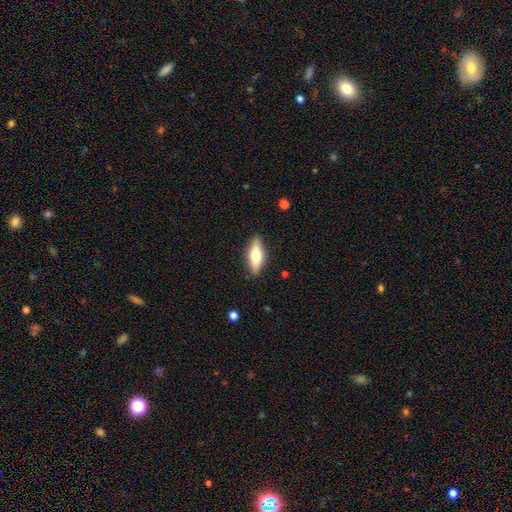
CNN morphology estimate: smooth_or_featured: smooth (p=0.57) [alt: featured or disk p=0.37]
how_rounded: in between (p=0.61) [alt: cigar-shaped p=0.37]
merging: none (p=0.87) [alt: minor disturbance p=0.10]